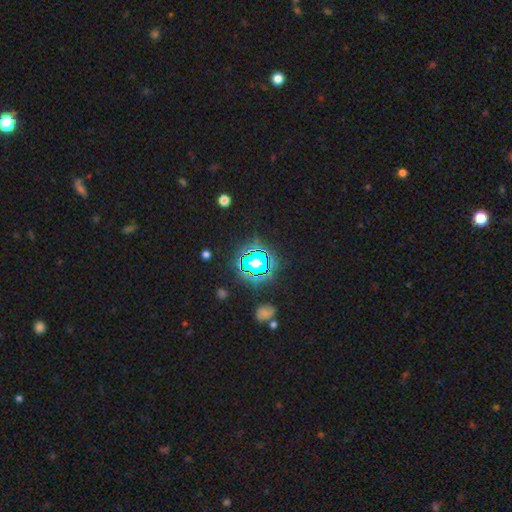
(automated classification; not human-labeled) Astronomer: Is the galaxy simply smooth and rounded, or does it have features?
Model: star or artifact — 77%.